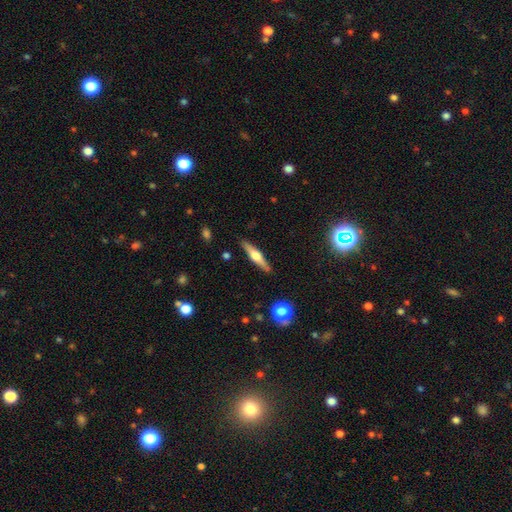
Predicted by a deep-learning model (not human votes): Q: Smooth or featured?
A: featured or disk (63%); runner-up: smooth (30%)
Q: Edge-on disk?
A: yes (97%); runner-up: no (3%)
Q: Edge-on bulge?
A: rounded (91%); runner-up: boxy (6%)
Q: Merging?
A: none (89%); runner-up: minor disturbance (8%)